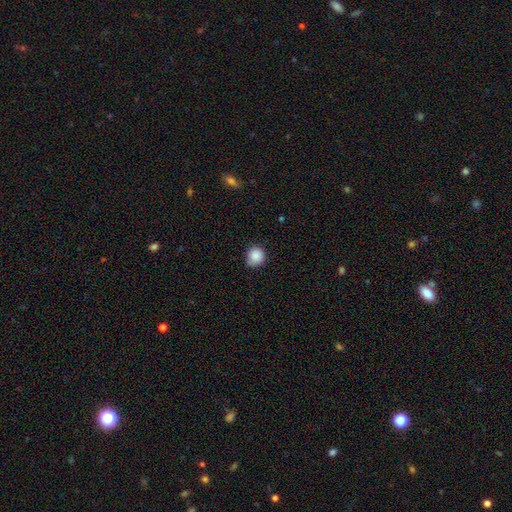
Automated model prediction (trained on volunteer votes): smooth-or-featured: smooth: 88% | star or artifact: 9% | featured or disk: 4%
  how-rounded: round: 88% | in between: 11% | cigar-shaped: 1%
  merging: none: 77% | minor disturbance: 19% | major disturbance: 3% | merger: 1%